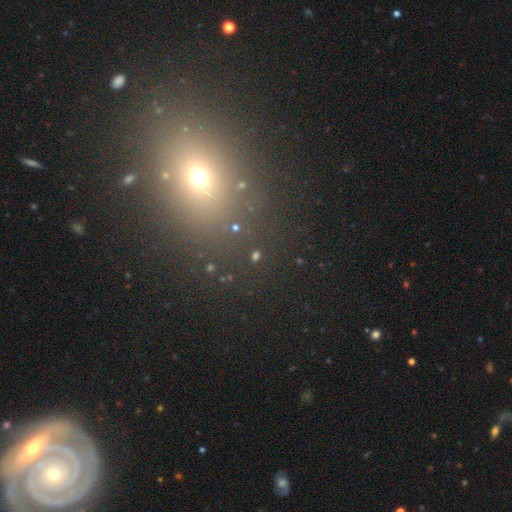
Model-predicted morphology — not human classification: A smooth galaxy with no disk features (49%). Merging: none (83%).